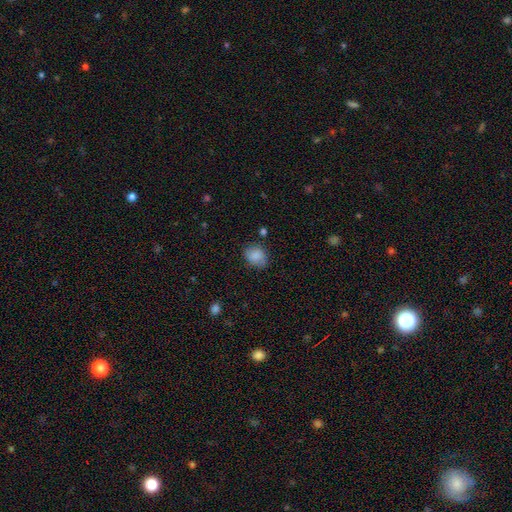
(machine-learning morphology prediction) Overall: smooth (83%). How rounded: round (52%; in between 47%). Merging: none (71%).